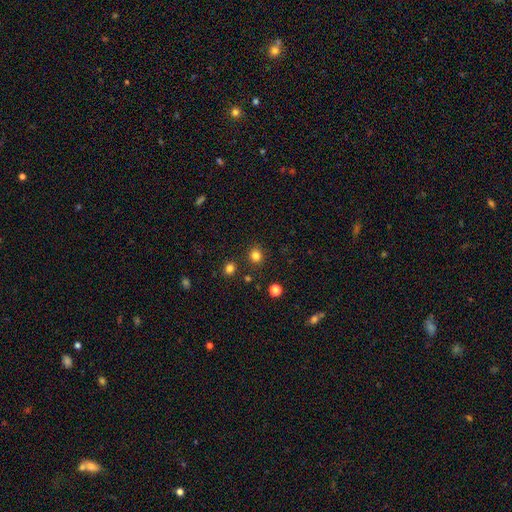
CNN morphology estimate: Smooth or featured: smooth — 81% (star or artifact — 15%)
How rounded: round — 86% (in between — 14%)
Merging: none — 88% (minor disturbance — 6%)